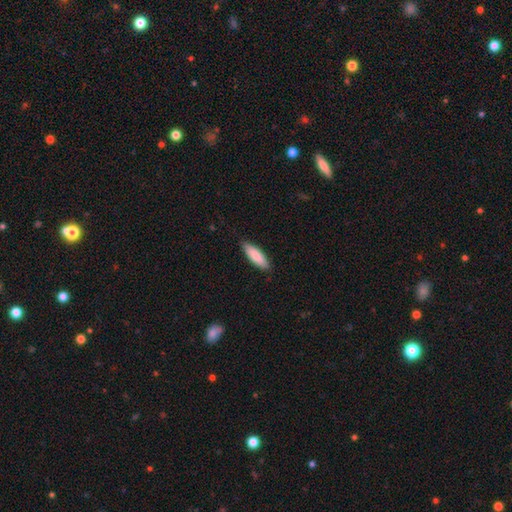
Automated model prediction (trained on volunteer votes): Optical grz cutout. It shows a smooth galaxy with no disk features (86%) that is in between round and cigar-shaped (51%). Merging: none (86%).